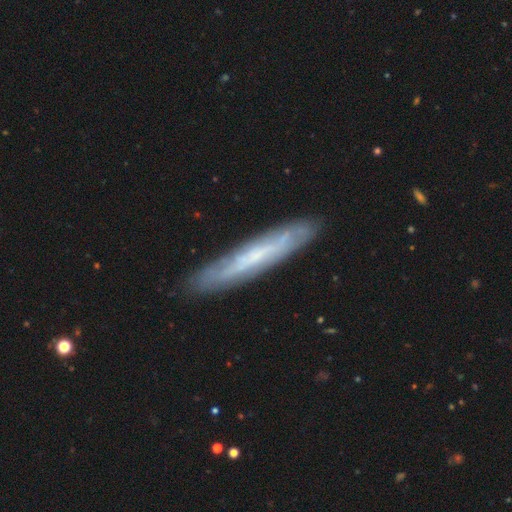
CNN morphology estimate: Smooth or featured? Predicted: featured or disk (p=0.57). Edge-on disk? Predicted: yes (p=0.70). Merging? Predicted: none (p=0.85).